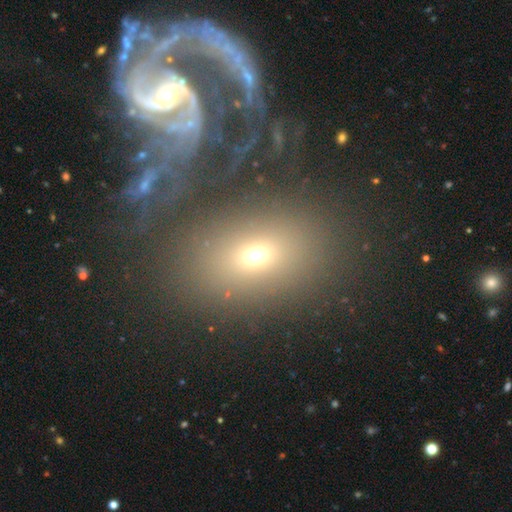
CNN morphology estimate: Smooth or featured: smooth — 49% (featured or disk — 32%)
Merging: none — 70% (minor disturbance — 12%)